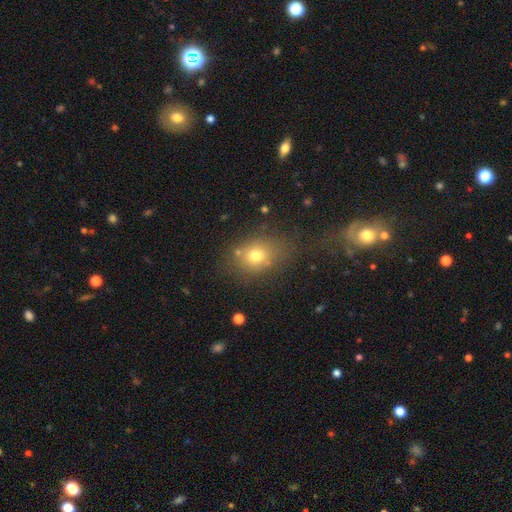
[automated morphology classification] A smooth galaxy with no disk features (72%) that is in between round and cigar-shaped (53%).

Vote fractions:
- Smooth or featured? smooth: 72% / star or artifact: 15% / featured or disk: 13%
- How rounded? in between: 53% / round: 46% / cigar-shaped: 1%
- Merging? none: 63% / minor disturbance: 17% / major disturbance: 11% / merger: 8%